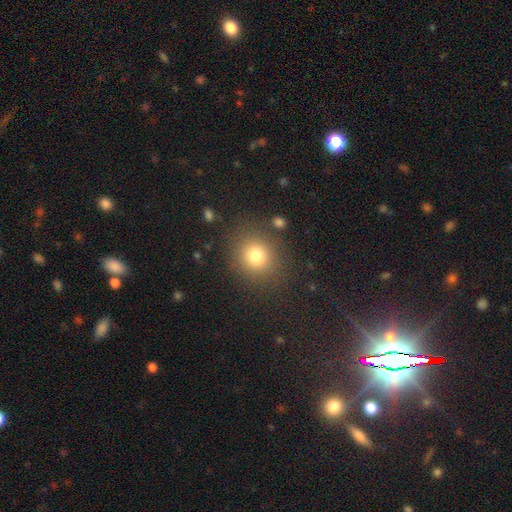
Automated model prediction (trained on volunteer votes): Smooth or featured? smooth (77%)
How rounded? round (84%)
Merging? none (84%)